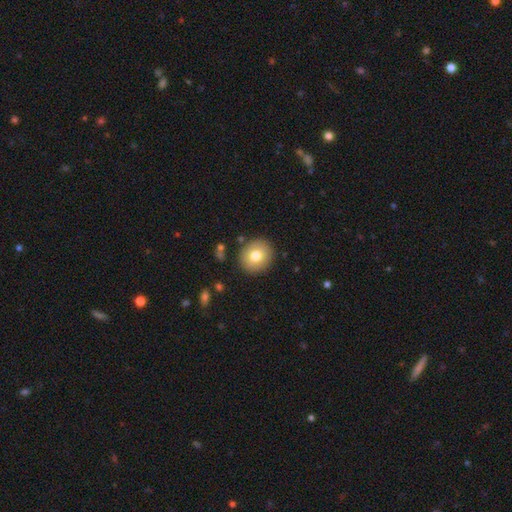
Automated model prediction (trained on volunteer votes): smooth 76%, featured or disk 15%, star or artifact 9%. Down the decision tree: how rounded — round (83%); merging — none (89%).